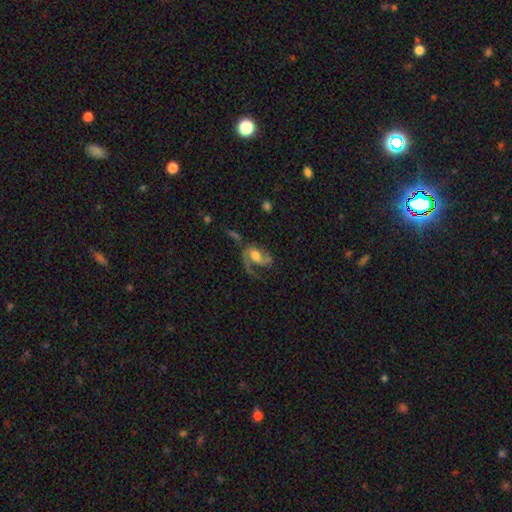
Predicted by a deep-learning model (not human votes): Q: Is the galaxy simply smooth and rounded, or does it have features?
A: featured or disk — 73%.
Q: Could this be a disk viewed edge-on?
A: no — 96%.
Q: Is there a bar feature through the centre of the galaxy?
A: no — 46%.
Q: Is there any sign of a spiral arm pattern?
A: yes — 89%.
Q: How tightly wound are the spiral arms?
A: loose — 45%.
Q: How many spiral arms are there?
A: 1 — 46%.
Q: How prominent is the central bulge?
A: moderate — 51%.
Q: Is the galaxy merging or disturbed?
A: major disturbance — 41%.